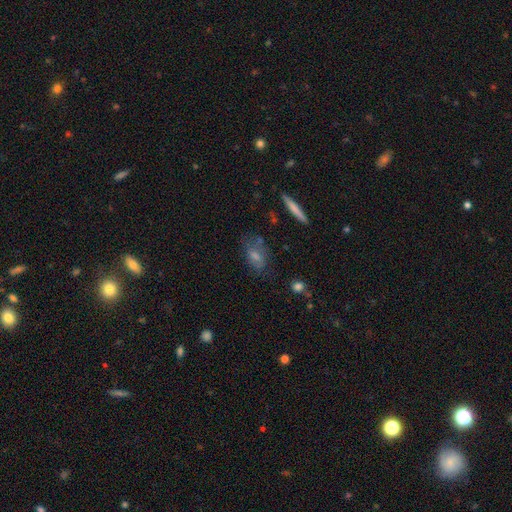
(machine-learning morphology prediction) Smooth or featured? Predicted: smooth (p=0.66). How rounded? Predicted: in between (p=0.80). Merging? Predicted: none (p=0.59).